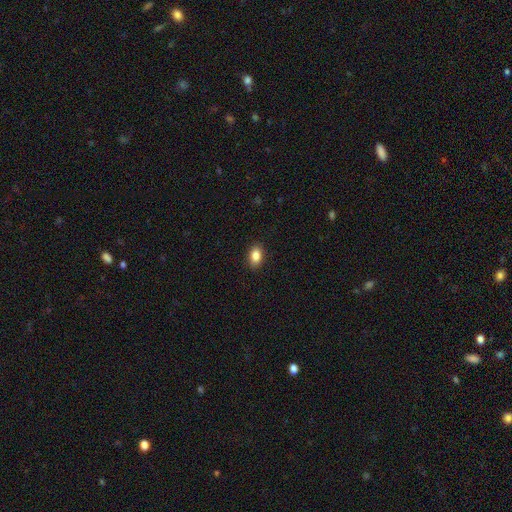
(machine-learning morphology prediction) type=smooth (86%); roundness=in between (87%); merging=none (89%).